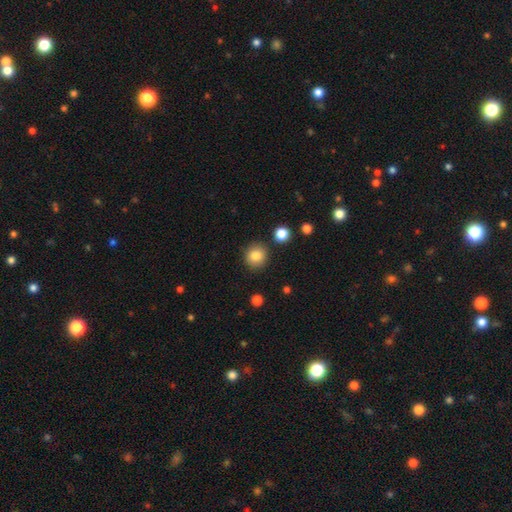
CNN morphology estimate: A smooth galaxy with no disk features (85%) that is round (88%).

Vote fractions:
- Smooth or featured? smooth: 85% / star or artifact: 9% / featured or disk: 6%
- How rounded? round: 88% / in between: 11% / cigar-shaped: 1%
- Merging? none: 87% / minor disturbance: 8% / merger: 3% / major disturbance: 2%